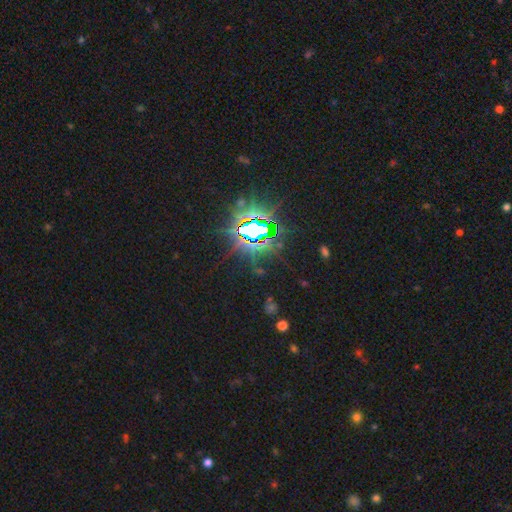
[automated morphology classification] Q: Smooth or featured?
A: star or artifact (84%); runner-up: smooth (9%)